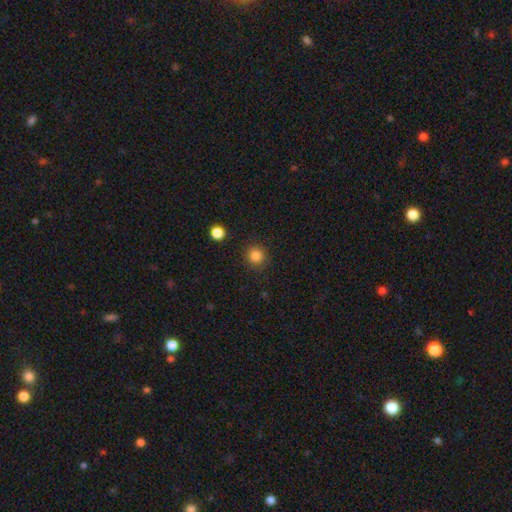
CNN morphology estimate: Smooth or featured: smooth — 85% (star or artifact — 12%)
How rounded: round — 91% (in between — 8%)
Merging: none — 89% (minor disturbance — 7%)